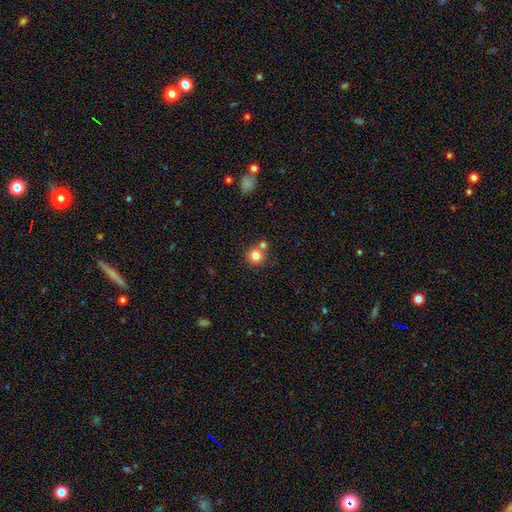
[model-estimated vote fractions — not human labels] Smooth or featured: smooth — 81% (star or artifact — 11%)
How rounded: round — 91% (in between — 8%)
Merging: none — 61% (merger — 28%)